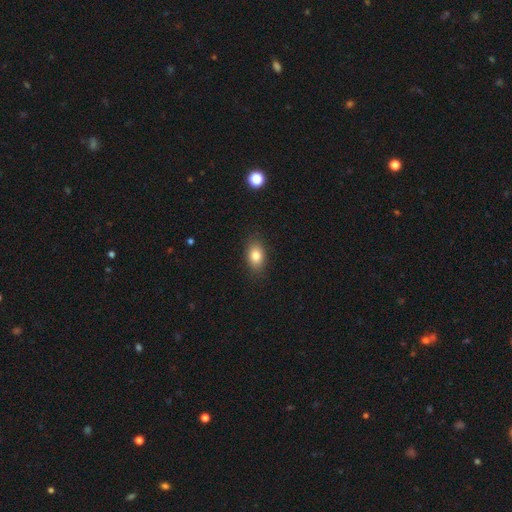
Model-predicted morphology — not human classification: A smooth galaxy with no disk features (82%) that is in between round and cigar-shaped (83%).

Vote fractions:
- Smooth or featured? smooth: 82% / star or artifact: 9% / featured or disk: 9%
- How rounded? in between: 83% / round: 15% / cigar-shaped: 2%
- Merging? none: 86% / minor disturbance: 10% / major disturbance: 3% / merger: 1%